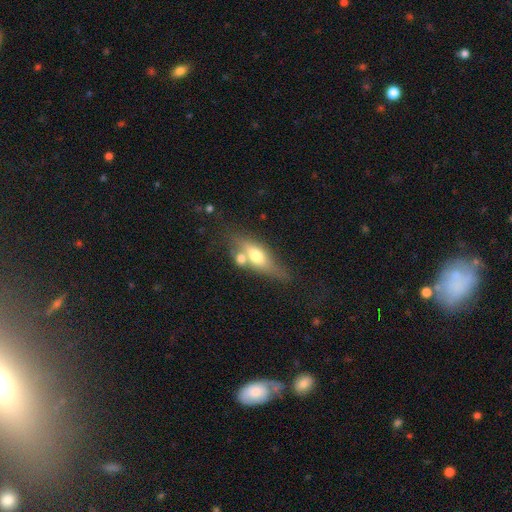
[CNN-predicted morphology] Smooth or featured: smooth — 50% (featured or disk — 42%)
How rounded: in between — 58% (cigar-shaped — 35%)
Merging: none — 46% (merger — 31%)